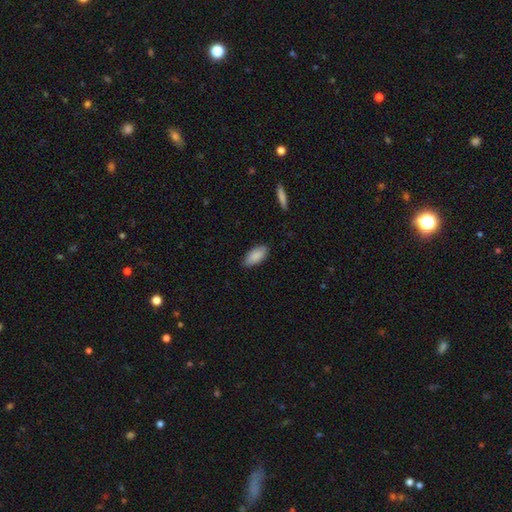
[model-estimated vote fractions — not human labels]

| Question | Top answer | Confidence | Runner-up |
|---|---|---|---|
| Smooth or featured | smooth | 88% | star or artifact (6%) |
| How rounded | in between | 90% | cigar-shaped (8%) |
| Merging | none | 85% | minor disturbance (12%) |